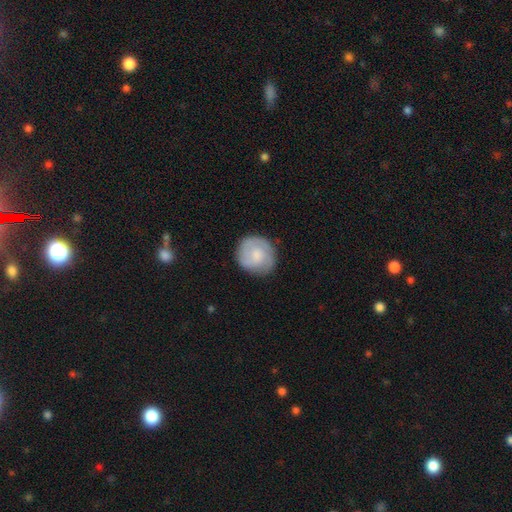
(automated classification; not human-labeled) A smooth galaxy with no disk features (56%) that is round (88%).

Vote fractions:
- Smooth or featured? smooth: 56% / featured or disk: 38% / star or artifact: 6%
- How rounded? round: 88% / in between: 11% / cigar-shaped: 1%
- Merging? none: 80% / minor disturbance: 15% / major disturbance: 4% / merger: 1%